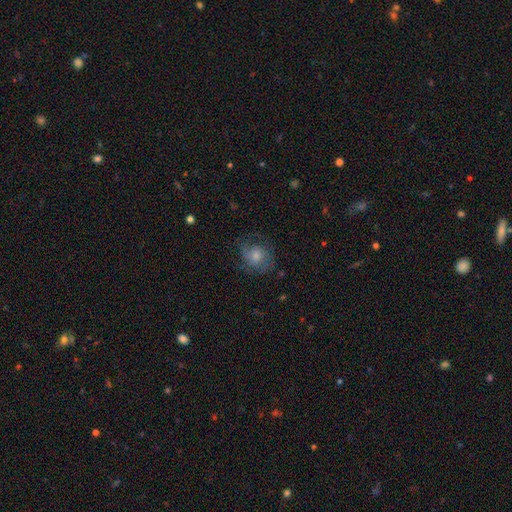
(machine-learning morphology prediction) This appears to be a smooth galaxy with no disk features (49%). Merging: none (64%).